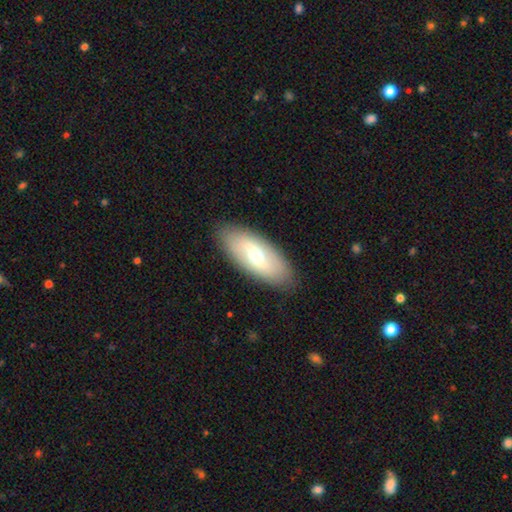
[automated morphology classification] smooth_or_featured: featured or disk (p=0.50) [alt: smooth p=0.44]
disk_edge_on: no (p=0.78) [alt: yes p=0.22]
merging: none (p=0.87) [alt: minor disturbance p=0.09]